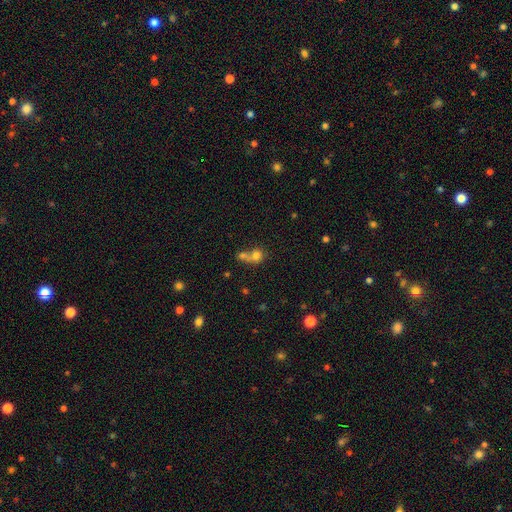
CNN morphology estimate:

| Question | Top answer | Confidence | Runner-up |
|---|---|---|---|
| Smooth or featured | smooth | 72% | featured or disk (15%) |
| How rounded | round | 78% | in between (21%) |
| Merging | merger | 61% | none (28%) |